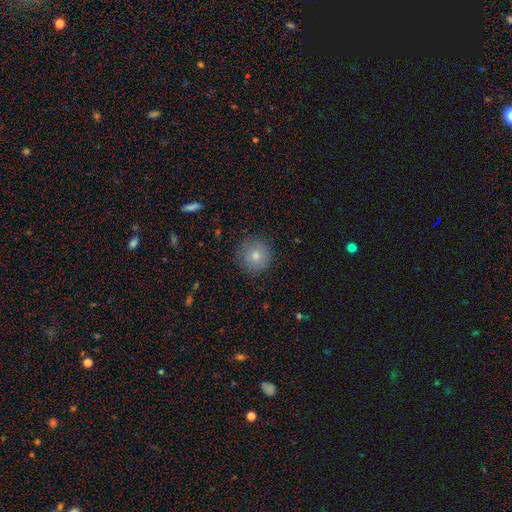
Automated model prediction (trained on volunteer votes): A smooth galaxy with no disk features (72%) that is round (94%). Merging: none (88%).